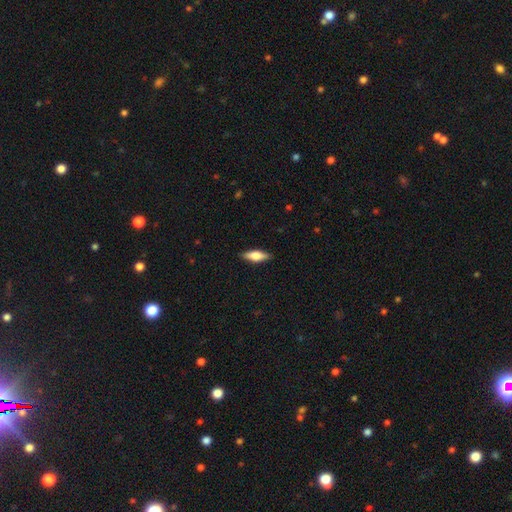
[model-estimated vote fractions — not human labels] A smooth galaxy with no disk features (62%) that is in between round and cigar-shaped (55%).

Vote fractions:
- Smooth or featured? smooth: 62% / featured or disk: 32% / star or artifact: 6%
- How rounded? in between: 55% / cigar-shaped: 42% / round: 3%
- Merging? none: 88% / minor disturbance: 9% / major disturbance: 2% / merger: 1%